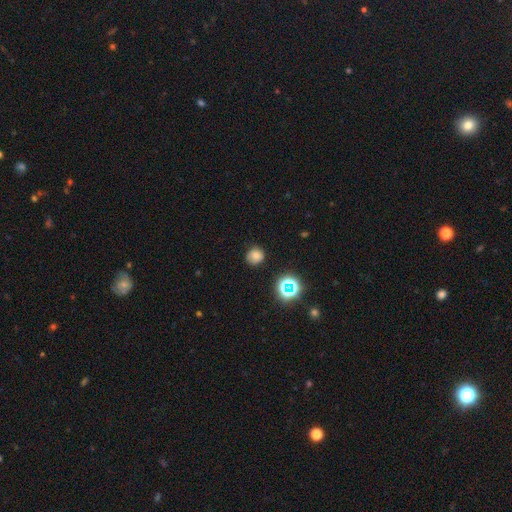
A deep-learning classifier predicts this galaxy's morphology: This is likely a smooth galaxy (75%). How rounded: clearly round (87%). Merging: clearly none (81%).